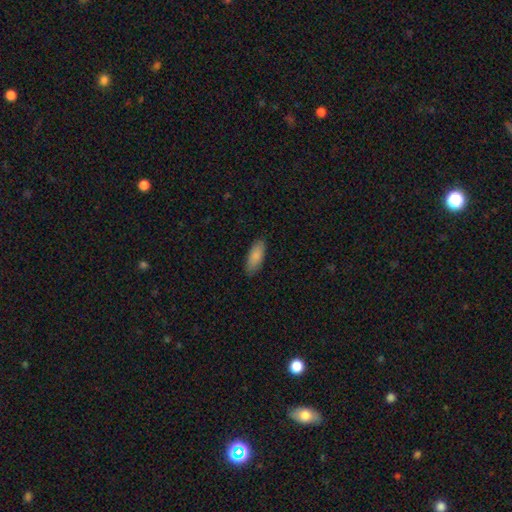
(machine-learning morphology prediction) type=smooth (88%); roundness=in between (79%); merging=none (85%).